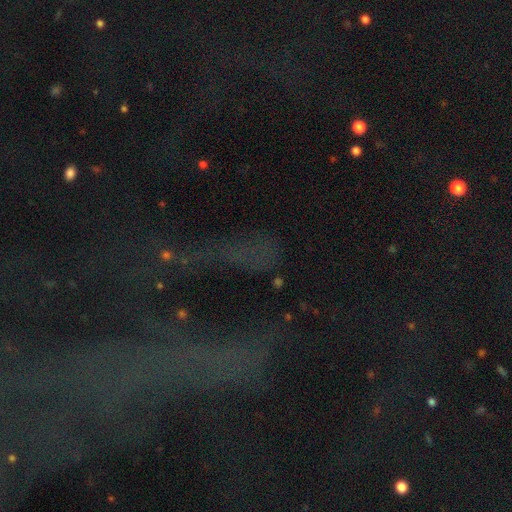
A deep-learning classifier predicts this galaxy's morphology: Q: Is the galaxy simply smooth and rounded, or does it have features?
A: star or artifact — 69%.